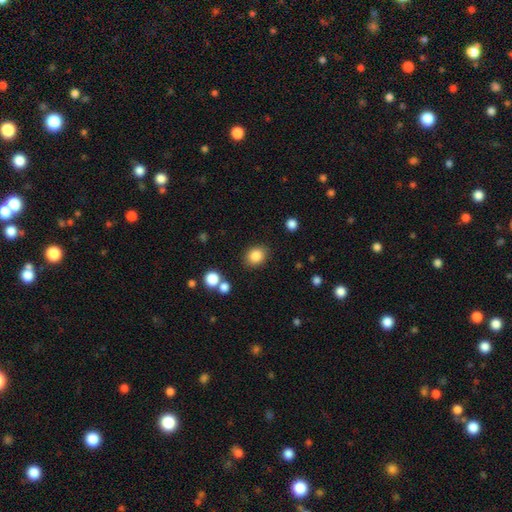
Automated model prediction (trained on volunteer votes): A smooth galaxy with no disk features (85%) that is round (59%). Merging: none (85%).